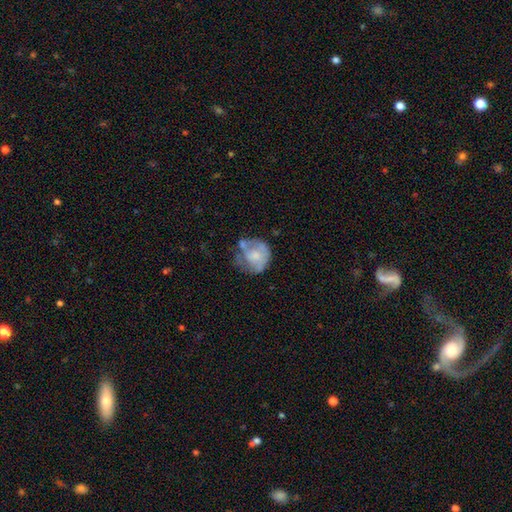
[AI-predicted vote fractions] Q: Smooth or featured?
A: smooth (50%); runner-up: featured or disk (43%)
Q: Merging?
A: none (39%); runner-up: minor disturbance (29%)